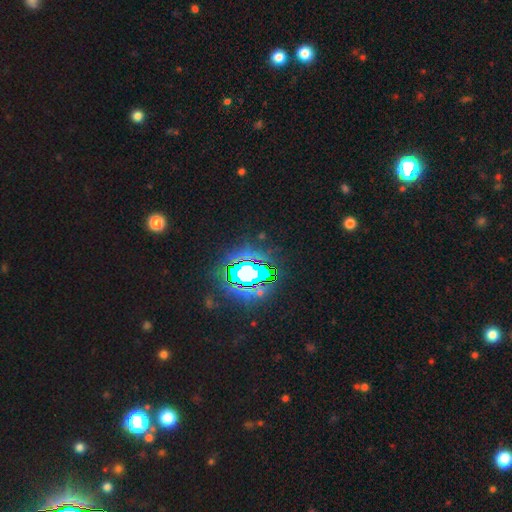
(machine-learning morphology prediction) The model was most divided on "smooth or featured": star or artifact: 84%, smooth: 9%, featured or disk: 7%.